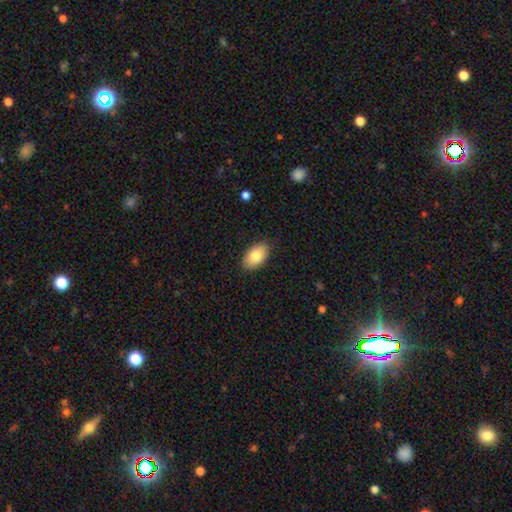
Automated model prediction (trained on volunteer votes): The model was most divided on "smooth or featured": smooth: 82%, featured or disk: 11%, star or artifact: 7%. More confident: how rounded — in between (94%); merging — none (88%).